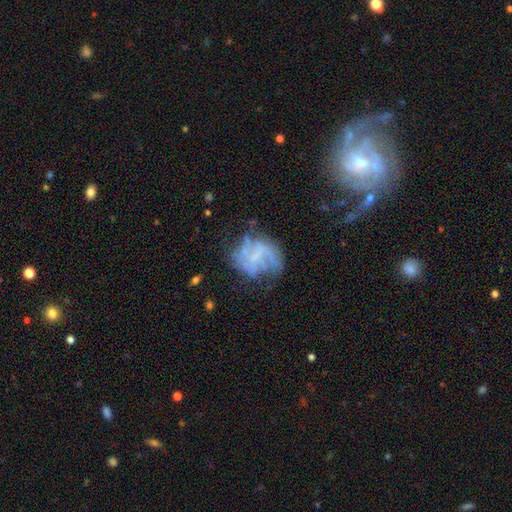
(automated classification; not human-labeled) A featured or disk galaxy (62%) with no bar (51%), spiral arms (50%, tied with no) and no central bulge (66%). Merging: none (46%).